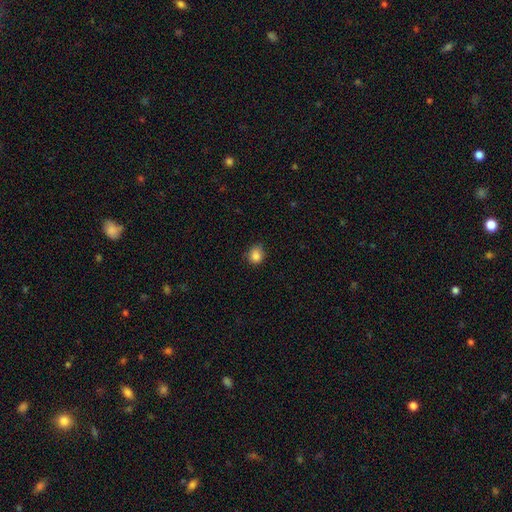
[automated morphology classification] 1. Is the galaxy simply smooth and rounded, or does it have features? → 85% smooth, 11% star or artifact, 4% featured or disk.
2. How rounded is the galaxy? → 73% round, 26% in between, 1% cigar-shaped.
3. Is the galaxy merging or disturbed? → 76% none, 19% minor disturbance, 3% major disturbance, 1% merger.